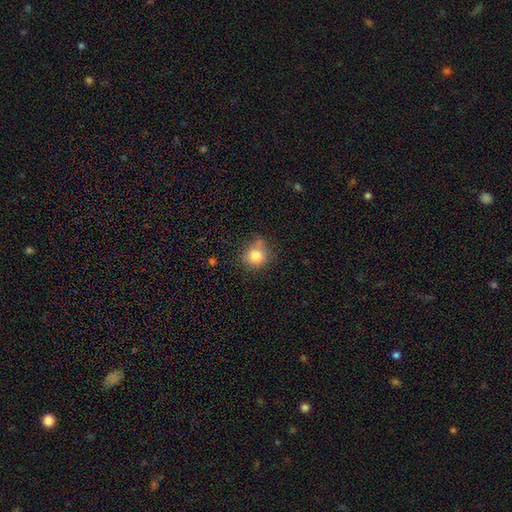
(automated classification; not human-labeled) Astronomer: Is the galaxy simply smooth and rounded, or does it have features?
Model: smooth — 82%.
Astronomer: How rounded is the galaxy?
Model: round — 83%.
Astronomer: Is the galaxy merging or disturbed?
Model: none — 61%.